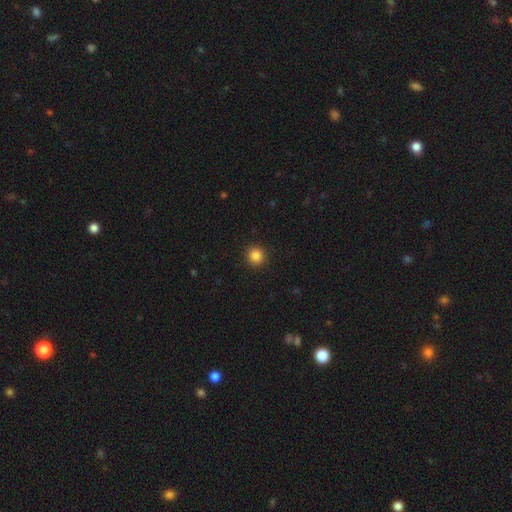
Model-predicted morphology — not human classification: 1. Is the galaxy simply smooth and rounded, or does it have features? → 85% smooth, 11% star or artifact, 4% featured or disk.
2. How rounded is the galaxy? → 94% round, 5% in between, 1% cigar-shaped.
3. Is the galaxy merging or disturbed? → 93% none, 5% minor disturbance, 2% major disturbance, 1% merger.